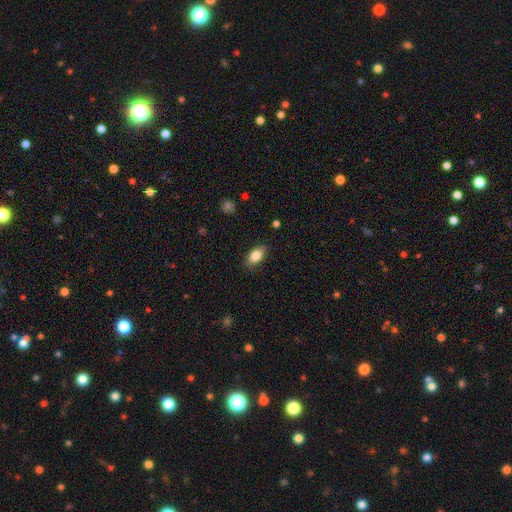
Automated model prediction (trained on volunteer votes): Smooth or featured?
  - smooth: 83% *
  - featured or disk: 9%
  - star or artifact: 7%
How rounded?
  - in between: 90% *
  - round: 6%
  - cigar-shaped: 4%
Merging?
  - none: 86% *
  - minor disturbance: 11%
  - major disturbance: 2%
  - merger: 1%